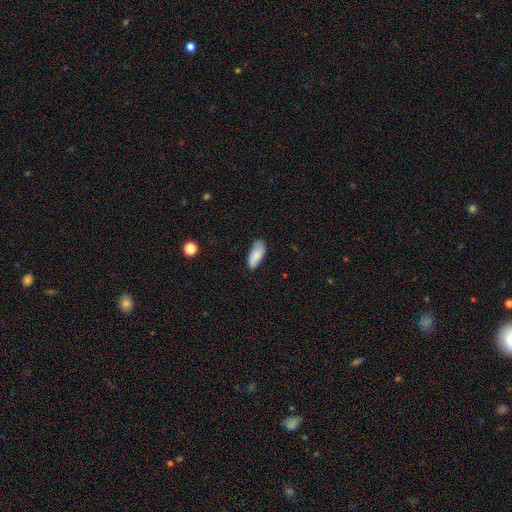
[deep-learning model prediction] Q: Smooth or featured?
A: smooth (81%); runner-up: featured or disk (12%)
Q: How rounded?
A: in between (83%); runner-up: cigar-shaped (15%)
Q: Merging?
A: none (71%); runner-up: minor disturbance (23%)